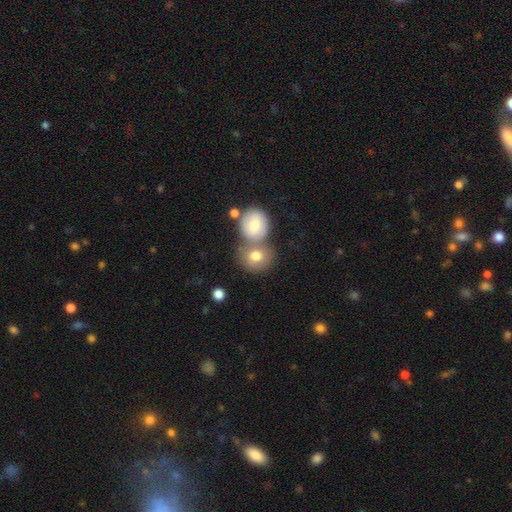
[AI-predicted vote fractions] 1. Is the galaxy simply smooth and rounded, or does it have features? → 75% smooth, 16% featured or disk, 9% star or artifact.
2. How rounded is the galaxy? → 73% round, 26% in between, 1% cigar-shaped.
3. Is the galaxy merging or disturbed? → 47% merger, 41% none, 9% minor disturbance, 4% major disturbance.